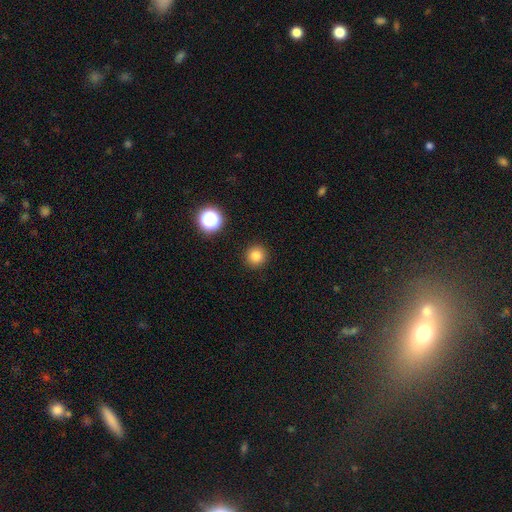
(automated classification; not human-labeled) A smooth galaxy with no disk features (82%) that is round (95%). Merging: none (92%).